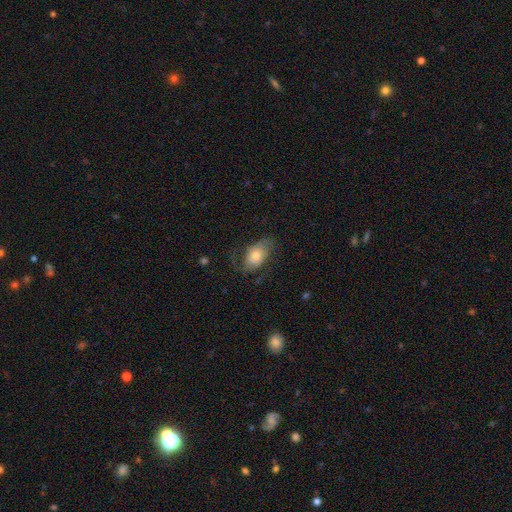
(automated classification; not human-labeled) This is possibly a featured or disk galaxy (46%, tied with smooth). Merging: possibly none (57%).